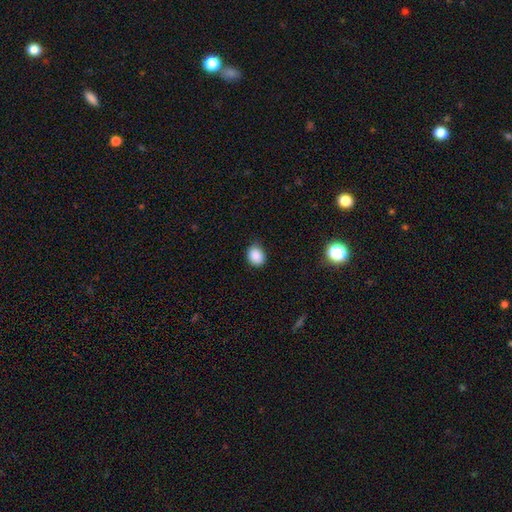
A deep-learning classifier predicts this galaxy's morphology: Q: Smooth or featured?
A: smooth (88%); runner-up: star or artifact (9%)
Q: How rounded?
A: round (54%); runner-up: in between (45%)
Q: Merging?
A: none (80%); runner-up: minor disturbance (16%)